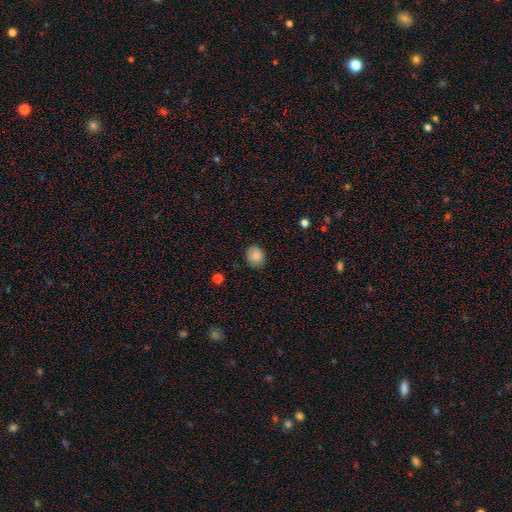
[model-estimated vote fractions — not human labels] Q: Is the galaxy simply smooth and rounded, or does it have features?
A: smooth — 83%.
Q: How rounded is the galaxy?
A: round — 67%.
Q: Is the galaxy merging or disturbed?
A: none — 85%.